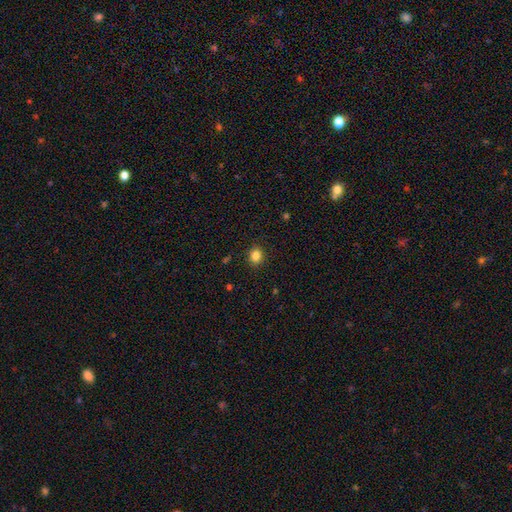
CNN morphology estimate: smooth_or_featured: smooth (p=0.84) [alt: star or artifact p=0.11]
how_rounded: round (p=0.71) [alt: in between p=0.28]
merging: none (p=0.91) [alt: minor disturbance p=0.06]